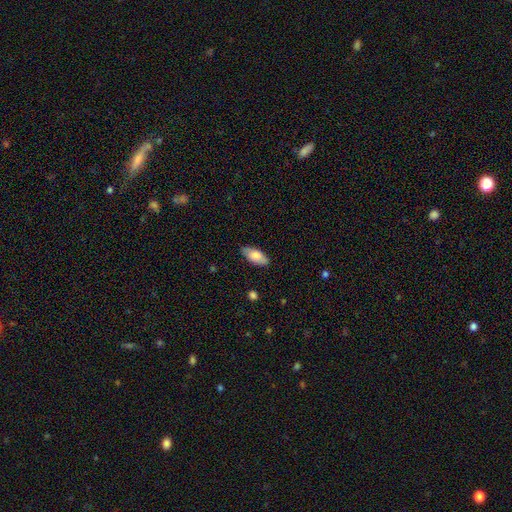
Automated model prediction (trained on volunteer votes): Morphology: type=smooth (76%); roundness=in between (87%); merging=none (85%).